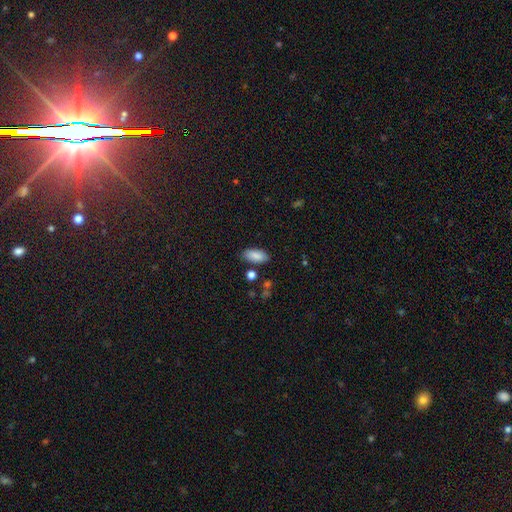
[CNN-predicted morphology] smooth-or-featured: smooth: 87% | star or artifact: 7% | featured or disk: 5%
  how-rounded: in between: 90% | cigar-shaped: 7% | round: 2%
  merging: none: 81% | minor disturbance: 13% | merger: 4% | major disturbance: 3%